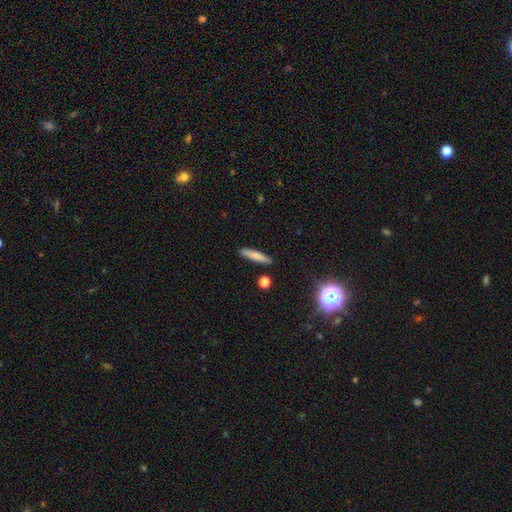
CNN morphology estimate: Smooth or featured? smooth (78%)
How rounded? cigar-shaped (86%)
Merging? none (87%)